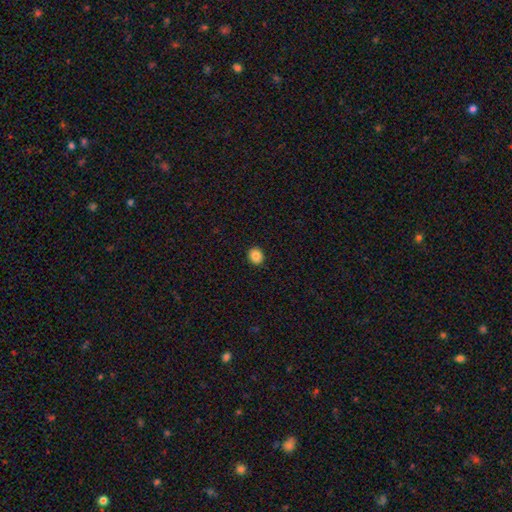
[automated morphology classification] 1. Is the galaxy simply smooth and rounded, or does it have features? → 86% smooth, 9% star or artifact, 5% featured or disk.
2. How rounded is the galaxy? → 78% round, 21% in between, 1% cigar-shaped.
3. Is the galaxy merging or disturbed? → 92% none, 5% minor disturbance, 2% major disturbance, 1% merger.